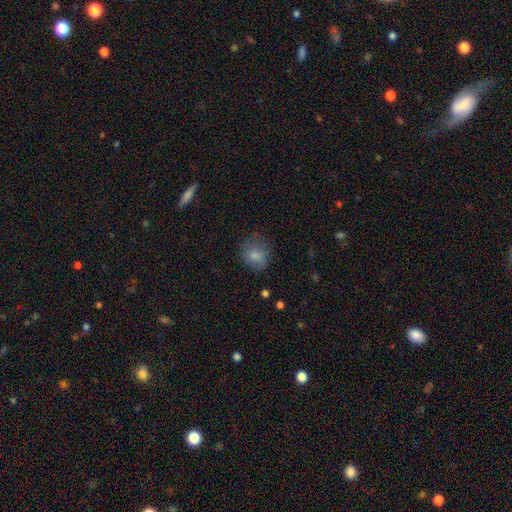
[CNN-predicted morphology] This is likely a smooth galaxy (79%). How rounded: likely round (65%). Merging: likely none (61%).